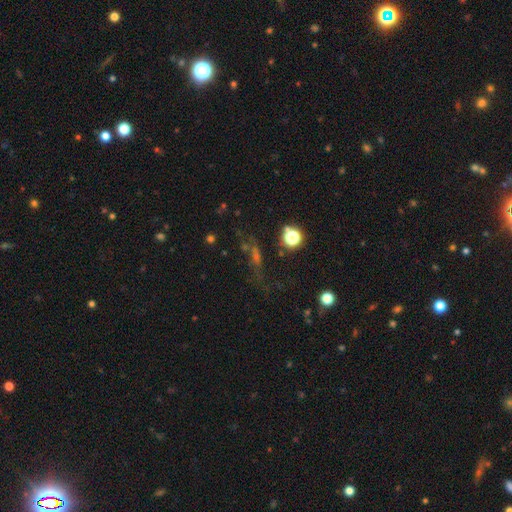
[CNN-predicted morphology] Smooth or featured?
  - star or artifact: 40% *
  - smooth: 35%
  - featured or disk: 25%